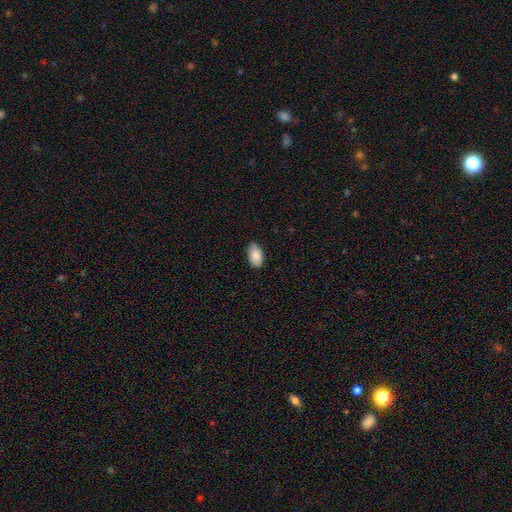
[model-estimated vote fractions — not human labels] Smooth or featured? Predicted: smooth (p=0.89). How rounded? Predicted: in between (p=0.94). Merging? Predicted: none (p=0.85).